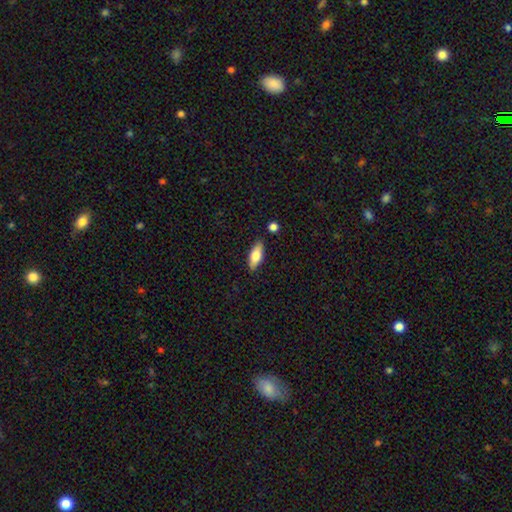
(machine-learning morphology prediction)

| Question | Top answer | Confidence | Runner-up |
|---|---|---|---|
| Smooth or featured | smooth | 70% | featured or disk (24%) |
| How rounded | in between | 72% | cigar-shaped (25%) |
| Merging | none | 84% | minor disturbance (11%) |